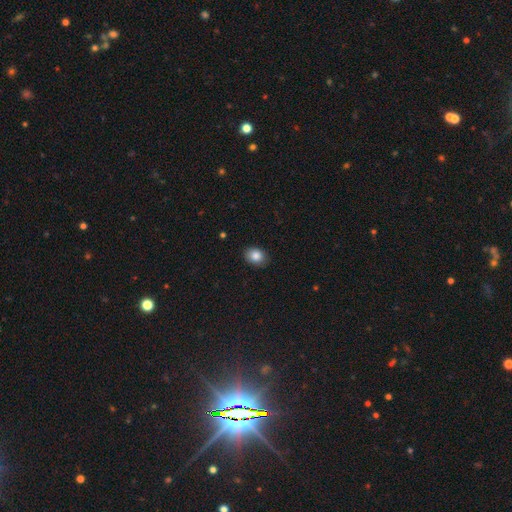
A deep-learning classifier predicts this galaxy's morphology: A smooth galaxy with no disk features (85%) that is in between round and cigar-shaped (61%). Merging: none (87%).